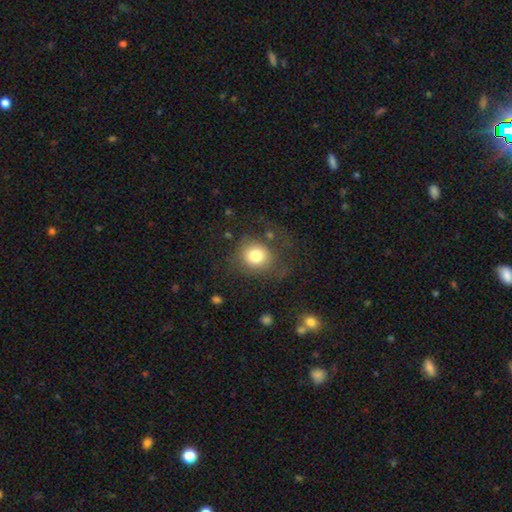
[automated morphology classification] Overall: smooth (78%). How rounded: round (81%). Merging: none (62%).